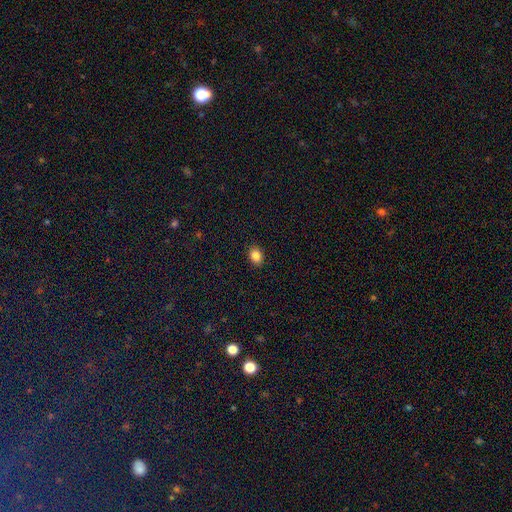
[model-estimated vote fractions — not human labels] A smooth galaxy with no disk features (85%) that is in between round and cigar-shaped (68%). Merging: none (90%).